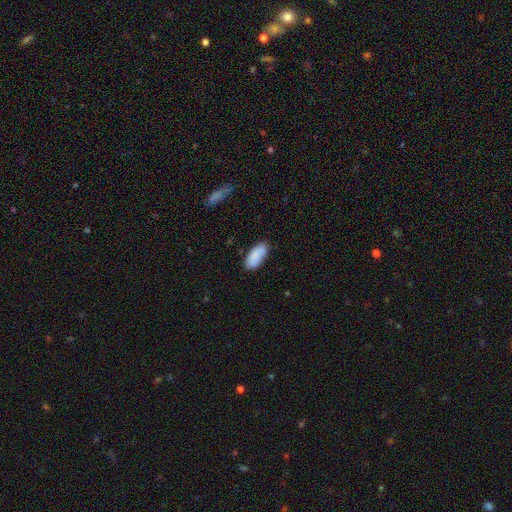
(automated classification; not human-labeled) The model was most divided on "merging": none: 79%, minor disturbance: 16%, major disturbance: 3%, merger: 2%. More confident: how rounded — in between (89%); smooth or featured — smooth (88%).